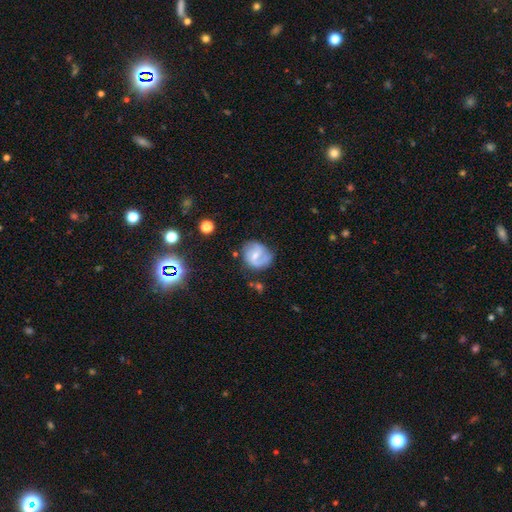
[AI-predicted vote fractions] A featured or disk galaxy (67%) with a weak bar (54%), 2 (73%) medium (45%) spiral arms (86%) and a small central bulge (51%).

Vote fractions:
- Smooth or featured? featured or disk: 67% / smooth: 26% / star or artifact: 7%
- Edge-on disk? no: 98% / yes: 2%
- Bar? weak: 54% / no: 27% / strong: 19%
- Spiral arms? yes: 86% / no: 14%
- Spiral winding? medium: 45% / tight: 30% / loose: 25%
- Spiral arm count? 2: 73% / can't tell: 13% / 1: 10% / 3: 3% / 4: 1% / more than 4: 1%
- Bulge size? small: 51% / moderate: 41% / none: 5% / large: 2% / dominant: 1%
- Merging? none: 64% / minor disturbance: 24% / major disturbance: 9% / merger: 3%